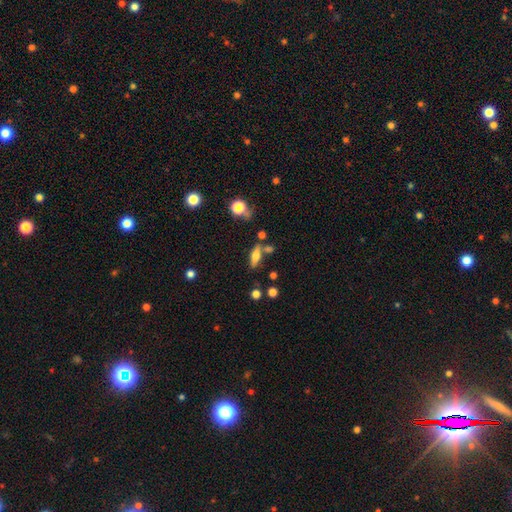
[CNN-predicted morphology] Smooth or featured?
  - smooth: 50% *
  - featured or disk: 40%
  - star or artifact: 9%
How rounded?
  - in between: 50% *
  - cigar-shaped: 45%
  - round: 5%
Merging?
  - none: 68% *
  - minor disturbance: 14%
  - merger: 13%
  - major disturbance: 5%